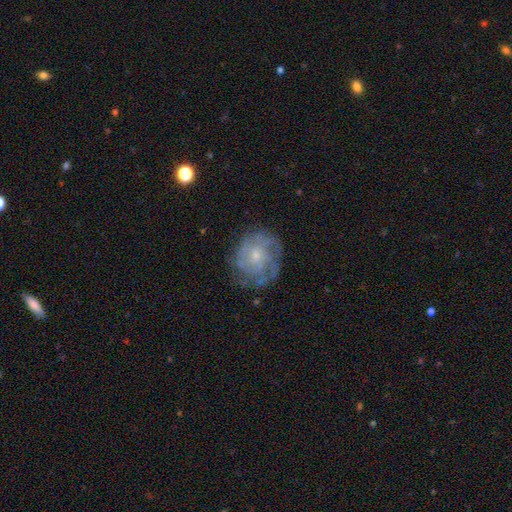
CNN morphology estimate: A featured or disk galaxy (70%) with no bar (75%), tight (58%) spiral arms (81%) and a small central bulge (66%).

Vote fractions:
- Smooth or featured? featured or disk: 70% / smooth: 21% / star or artifact: 8%
- Edge-on disk? no: 97% / yes: 3%
- Bar? no: 75% / weak: 22% / strong: 3%
- Spiral arms? yes: 81% / no: 19%
- Spiral winding? tight: 58% / medium: 31% / loose: 11%
- Spiral arm count? can't tell: 50% / 3: 15% / 4: 13% / 2: 12% / more than 4: 6% / 1: 5%
- Bulge size? small: 66% / moderate: 28% / none: 4% / large: 1% / dominant: 1%
- Merging? none: 67% / minor disturbance: 21% / major disturbance: 11% / merger: 1%